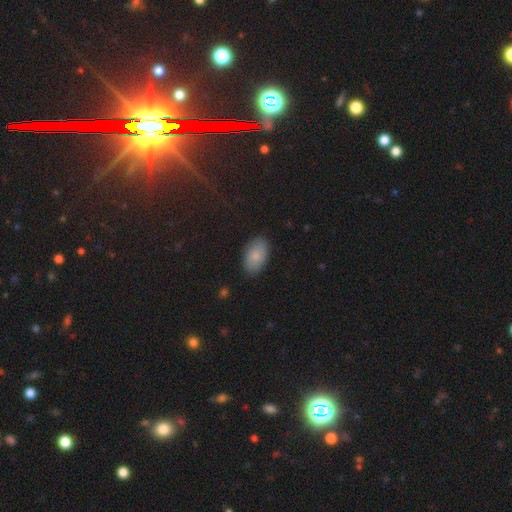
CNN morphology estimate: The model was most divided on "smooth or featured": smooth: 82%, featured or disk: 11%, star or artifact: 7%. More confident: how rounded — in between (92%); merging — none (85%).